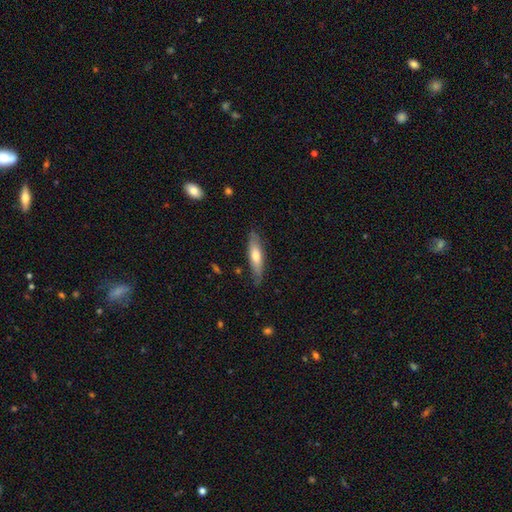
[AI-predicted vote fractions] This is likely a smooth galaxy (61%). How rounded: likely cigar-shaped (69%). Merging: clearly none (81%).